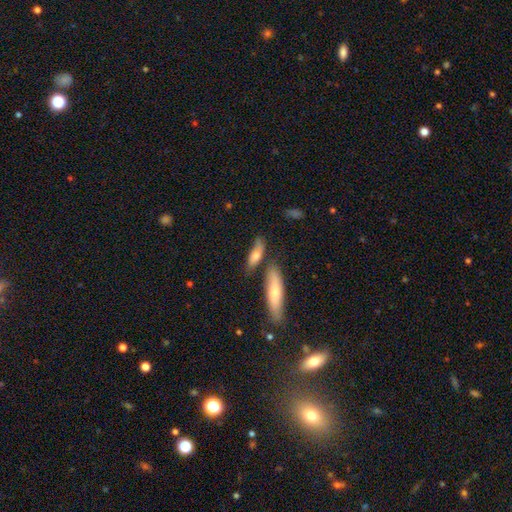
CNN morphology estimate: The model was most divided on "how rounded": in between: 53%, cigar-shaped: 43%, round: 4%. More confident: smooth or featured — smooth (70%); merging — none (57%).